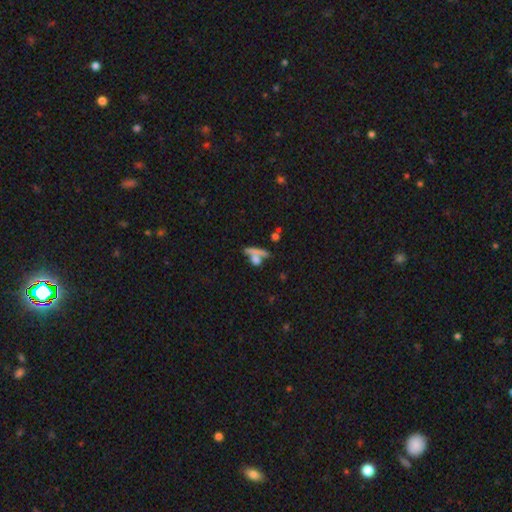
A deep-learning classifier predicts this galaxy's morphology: The model was most divided on "merging": merger: 41%, none: 39%, minor disturbance: 11%, major disturbance: 9%. Remaining: smooth or featured — smooth (63%); how rounded — cigar-shaped (45%).